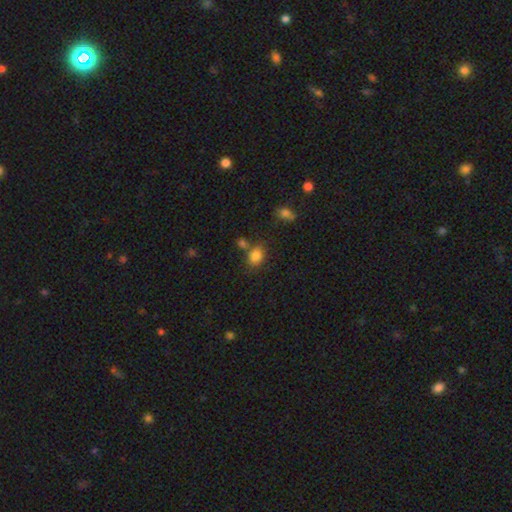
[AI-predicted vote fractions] Q: Smooth or featured?
A: smooth (82%); runner-up: star or artifact (11%)
Q: How rounded?
A: in between (56%); runner-up: round (43%)
Q: Merging?
A: none (64%); runner-up: minor disturbance (16%)